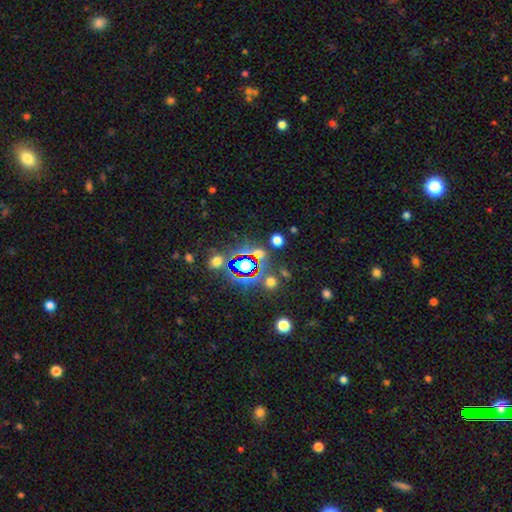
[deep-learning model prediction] A star or artifact, not a galaxy (74%).

Vote fractions:
- Smooth or featured? star or artifact: 74% / smooth: 16% / featured or disk: 10%